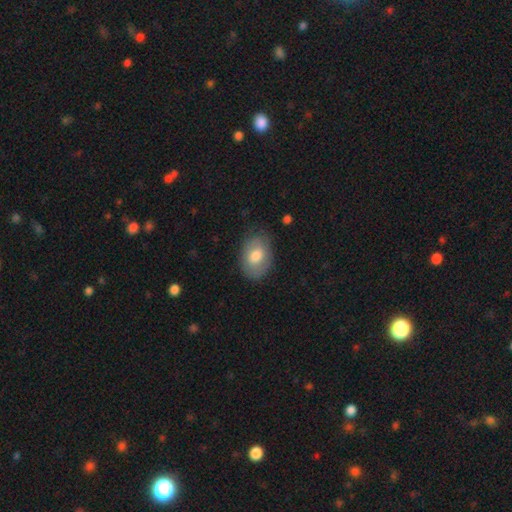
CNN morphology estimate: smooth-or-featured: smooth: 71% | featured or disk: 22% | star or artifact: 7%
  how-rounded: in between: 81% | round: 18% | cigar-shaped: 1%
  merging: none: 78% | minor disturbance: 17% | major disturbance: 4% | merger: 1%